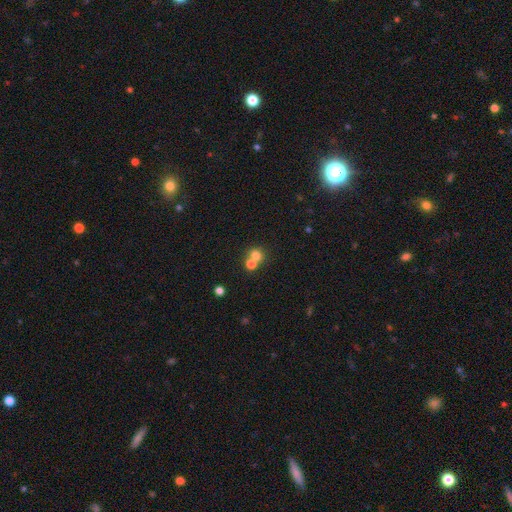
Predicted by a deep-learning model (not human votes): A smooth galaxy with no disk features (74%) that is round (79%). Merging: merger (47%).